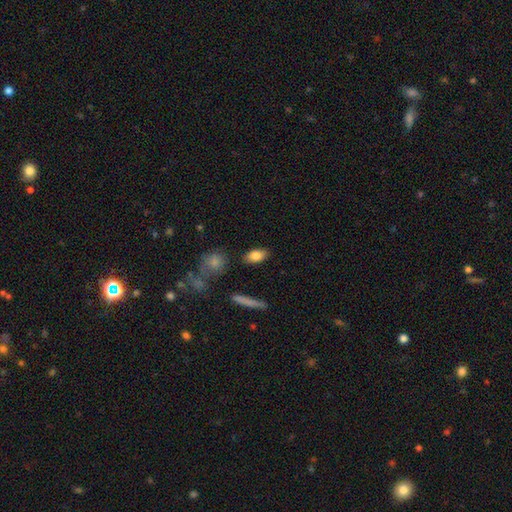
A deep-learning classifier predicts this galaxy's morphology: smooth-or-featured: smooth: 83% | featured or disk: 10% | star or artifact: 7%
  how-rounded: in between: 88% | cigar-shaped: 7% | round: 6%
  merging: none: 84% | minor disturbance: 10% | merger: 3% | major disturbance: 3%